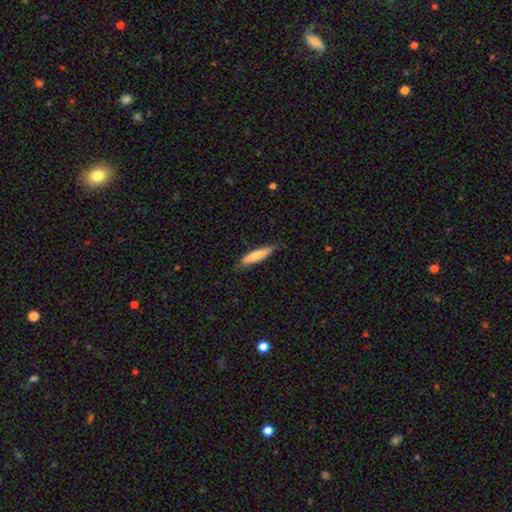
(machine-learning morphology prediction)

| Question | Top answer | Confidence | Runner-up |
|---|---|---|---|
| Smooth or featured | smooth | 74% | featured or disk (20%) |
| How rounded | cigar-shaped | 82% | in between (16%) |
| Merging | none | 79% | minor disturbance (17%) |